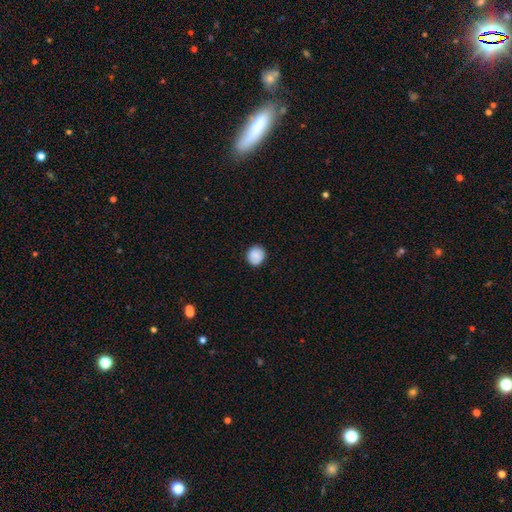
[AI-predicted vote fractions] Smooth or featured? Predicted: smooth (p=0.86). How rounded? Predicted: round (p=0.88). Merging? Predicted: none (p=0.88).